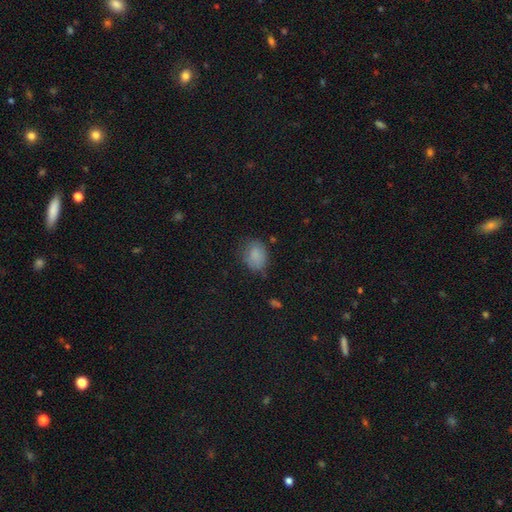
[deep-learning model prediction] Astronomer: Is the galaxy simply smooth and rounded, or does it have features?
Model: smooth — 83%.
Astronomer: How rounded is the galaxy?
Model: in between — 55% (runner-up: round, 44%).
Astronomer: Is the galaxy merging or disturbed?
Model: none — 66%.